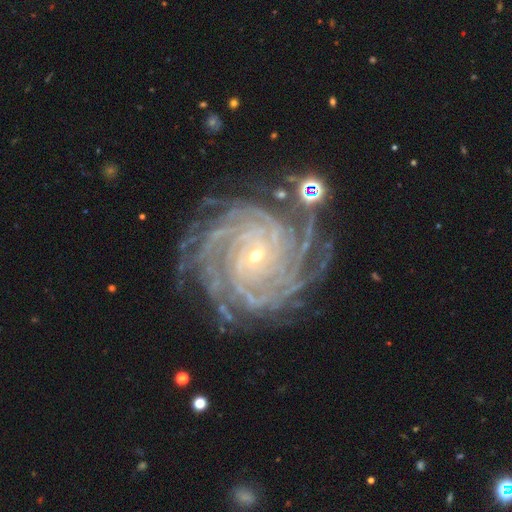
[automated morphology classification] Smooth or featured? Predicted: featured or disk (p=0.92). Edge-on disk? Predicted: no (p=0.98). Bar? Predicted: no (p=0.56). Spiral arms? Predicted: yes (p=0.99). Spiral winding? Predicted: tight (p=0.84). Spiral arm count? Predicted: more than 4 (p=0.43). Bulge size? Predicted: small (p=0.78). Merging? Predicted: none (p=0.75).